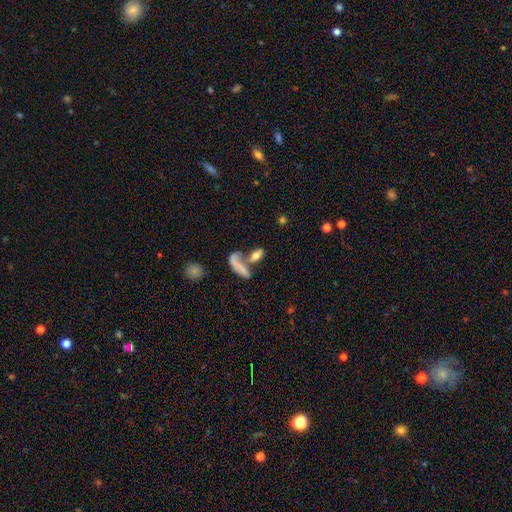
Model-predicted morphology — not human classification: A smooth galaxy with no disk features (69%) that is in between round and cigar-shaped (70%). Merging: merger (47%).